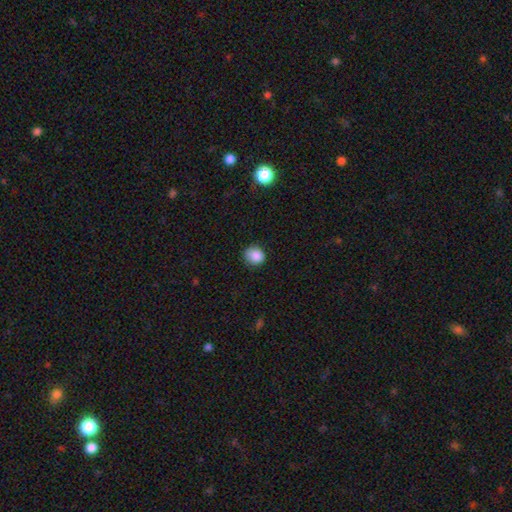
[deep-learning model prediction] A smooth galaxy with no disk features (87%) that is round (74%).

Vote fractions:
- Smooth or featured? smooth: 87% / star or artifact: 9% / featured or disk: 4%
- How rounded? round: 74% / in between: 25% / cigar-shaped: 1%
- Merging? none: 78% / minor disturbance: 17% / major disturbance: 3% / merger: 1%